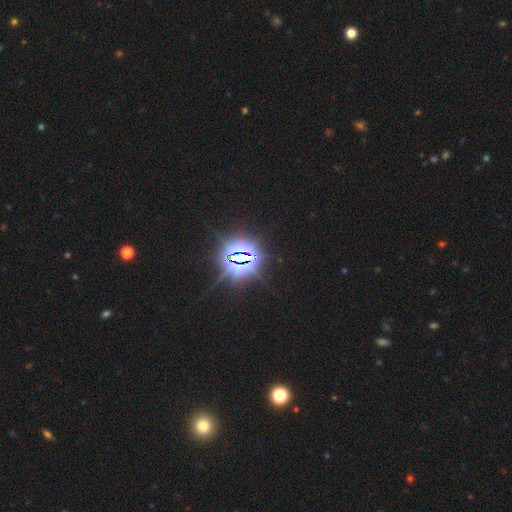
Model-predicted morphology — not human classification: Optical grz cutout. It shows a star or artifact, not a galaxy (84%).